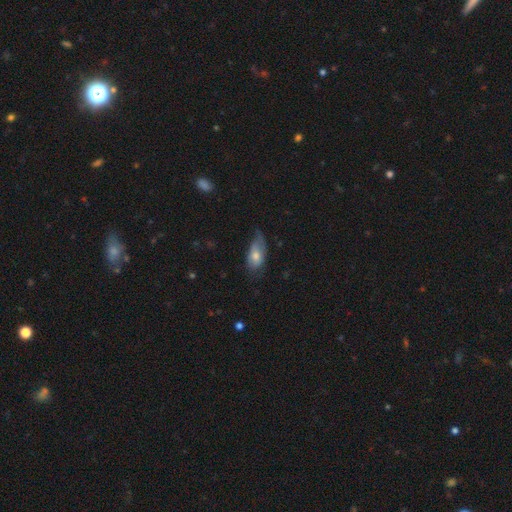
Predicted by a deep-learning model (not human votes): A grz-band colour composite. It shows a smooth galaxy with no disk features (66%) that is in between round and cigar-shaped (88%). Merging: minor disturbance (41%).